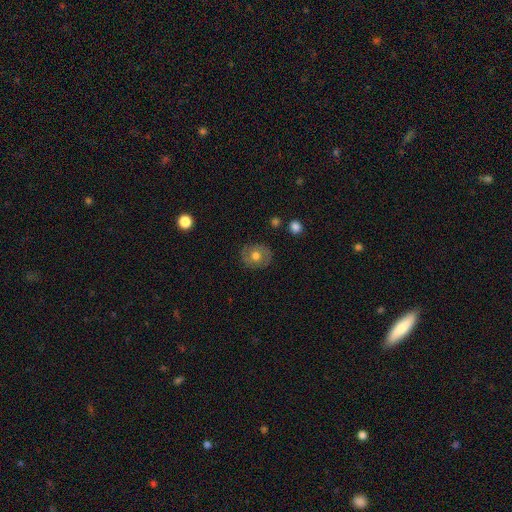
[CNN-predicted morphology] smooth-or-featured: smooth: 60% | featured or disk: 31% | star or artifact: 9%
  how-rounded: round: 73% | in between: 26% | cigar-shaped: 1%
  merging: none: 84% | minor disturbance: 11% | major disturbance: 3% | merger: 1%